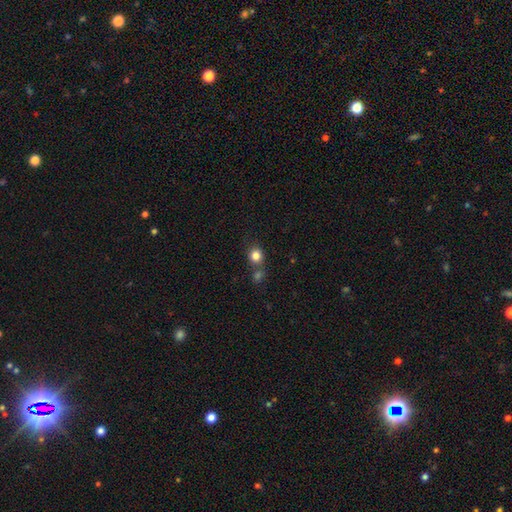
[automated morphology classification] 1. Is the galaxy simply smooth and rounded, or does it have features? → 82% smooth, 12% star or artifact, 6% featured or disk.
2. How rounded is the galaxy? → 81% round, 18% in between, 1% cigar-shaped.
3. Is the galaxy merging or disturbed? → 62% none, 24% merger, 10% minor disturbance, 4% major disturbance.